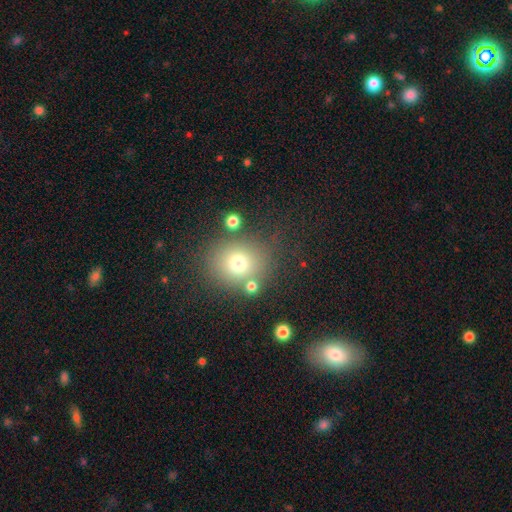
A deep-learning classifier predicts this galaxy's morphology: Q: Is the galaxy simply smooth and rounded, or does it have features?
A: smooth — 66%.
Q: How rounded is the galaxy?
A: round — 76%.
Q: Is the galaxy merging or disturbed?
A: none — 76%.